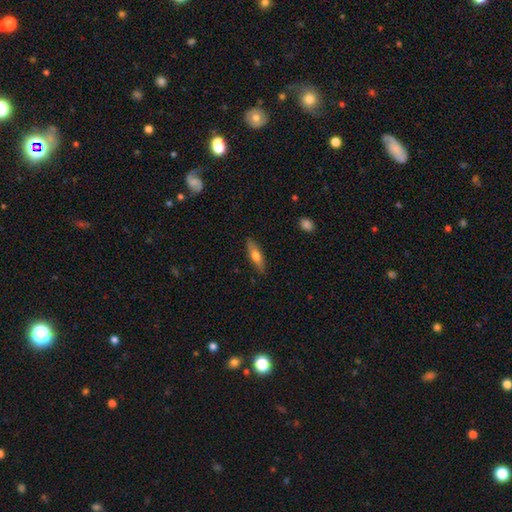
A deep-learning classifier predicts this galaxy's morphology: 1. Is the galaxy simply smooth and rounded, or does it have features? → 63% smooth, 31% featured or disk, 6% star or artifact.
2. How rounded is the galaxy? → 59% cigar-shaped, 39% in between, 2% round.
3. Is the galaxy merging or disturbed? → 87% none, 10% minor disturbance, 2% major disturbance, 1% merger.